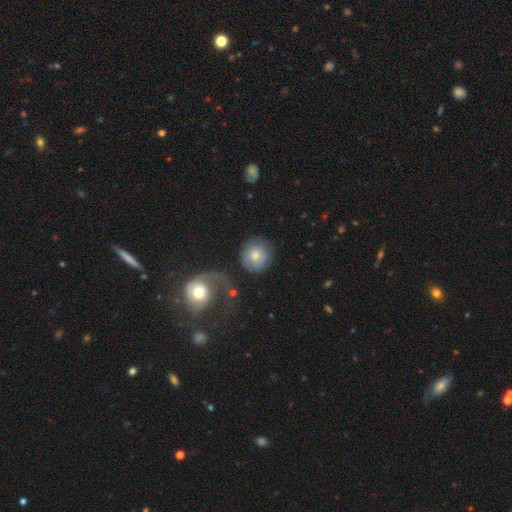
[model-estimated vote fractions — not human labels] Q: Smooth or featured?
A: smooth (69%); runner-up: featured or disk (24%)
Q: How rounded?
A: round (89%); runner-up: in between (10%)
Q: Merging?
A: none (66%); runner-up: minor disturbance (15%)